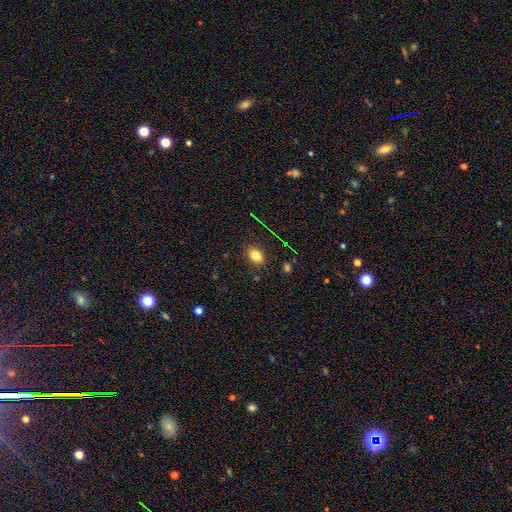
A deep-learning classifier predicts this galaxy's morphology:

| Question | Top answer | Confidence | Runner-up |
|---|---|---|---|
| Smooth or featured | smooth | 80% | star or artifact (13%) |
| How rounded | in between | 74% | round (25%) |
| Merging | none | 86% | minor disturbance (10%) |